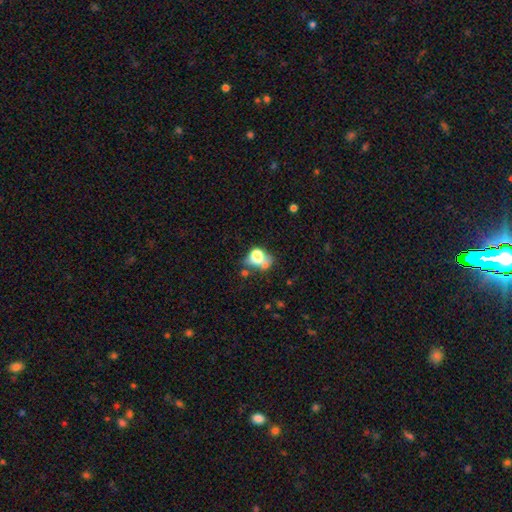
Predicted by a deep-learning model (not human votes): smooth-or-featured: smooth: 60% | star or artifact: 22% | featured or disk: 19%
  how-rounded: round: 57% | in between: 41% | cigar-shaped: 2%
  merging: none: 38% | merger: 25% | major disturbance: 19% | minor disturbance: 18%